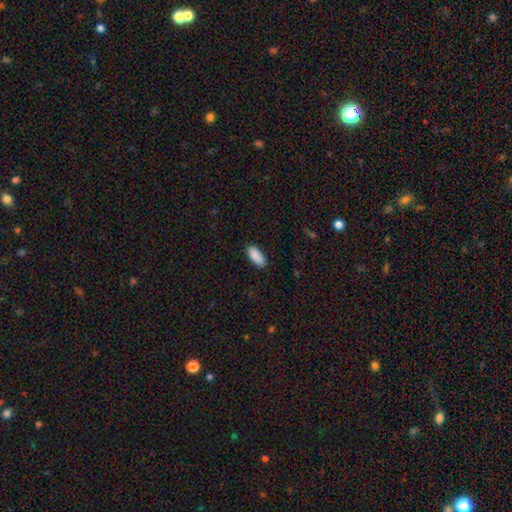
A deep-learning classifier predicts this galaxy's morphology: A smooth galaxy with no disk features (91%) that is in between round and cigar-shaped (84%). Merging: none (88%).